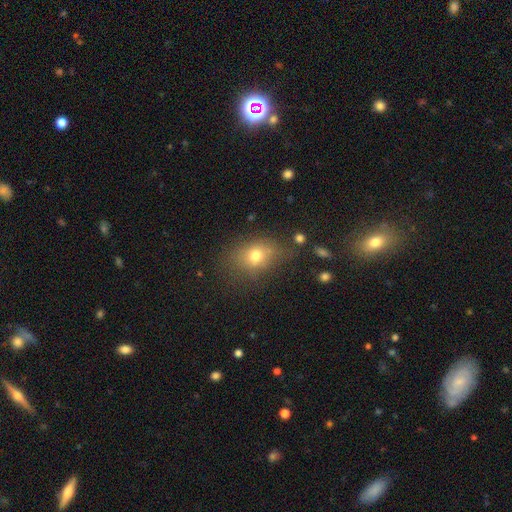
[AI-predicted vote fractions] Smooth or featured? smooth (73%)
How rounded? in between (57%)
Merging? none (62%)